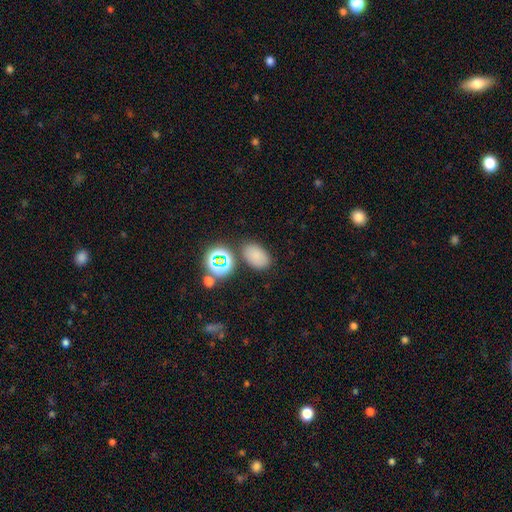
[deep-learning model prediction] Smooth or featured? smooth (75%)
How rounded? in between (84%)
Merging? none (78%)